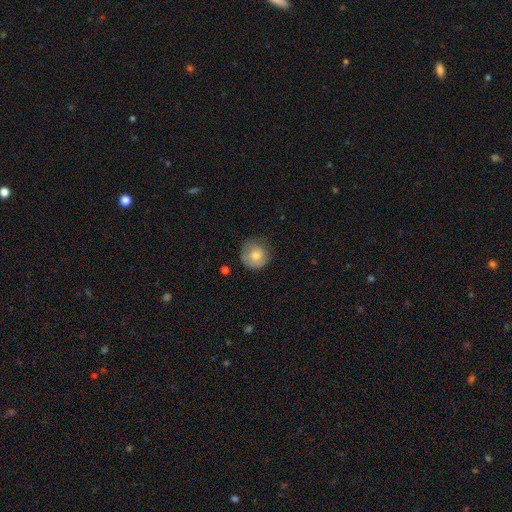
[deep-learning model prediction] Morphology: type=smooth (73%); roundness=round (91%); merging=none (70%).